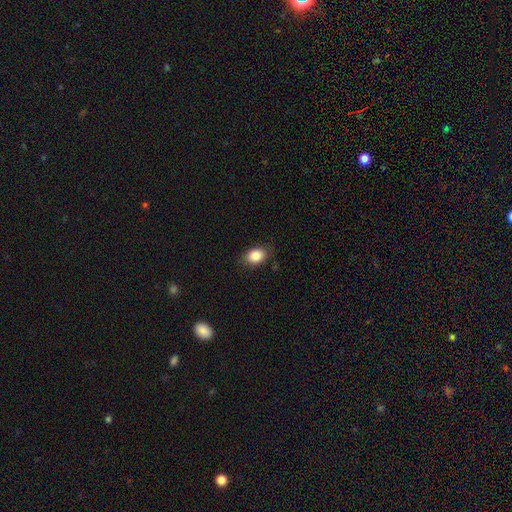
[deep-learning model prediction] Smooth or featured: smooth — 85% (star or artifact — 9%)
How rounded: in between — 71% (round — 28%)
Merging: none — 82% (minor disturbance — 14%)